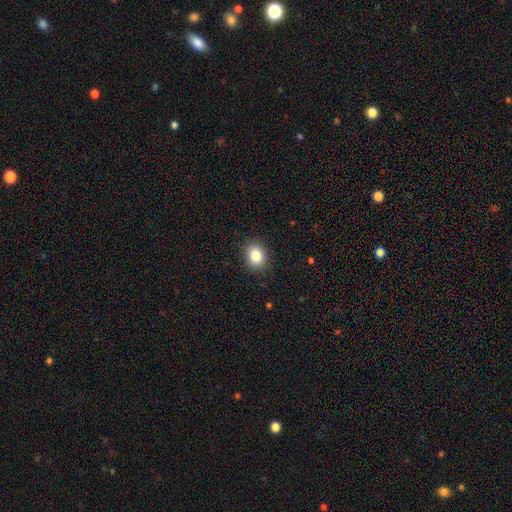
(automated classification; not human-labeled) Q: Smooth or featured?
A: smooth (83%); runner-up: star or artifact (10%)
Q: How rounded?
A: round (52%); runner-up: in between (47%)
Q: Merging?
A: none (89%); runner-up: minor disturbance (8%)